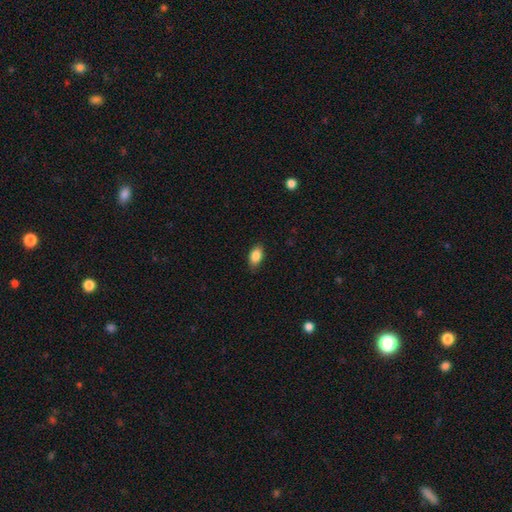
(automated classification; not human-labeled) A smooth galaxy with no disk features (87%) that is in between round and cigar-shaped (90%). Merging: none (85%).